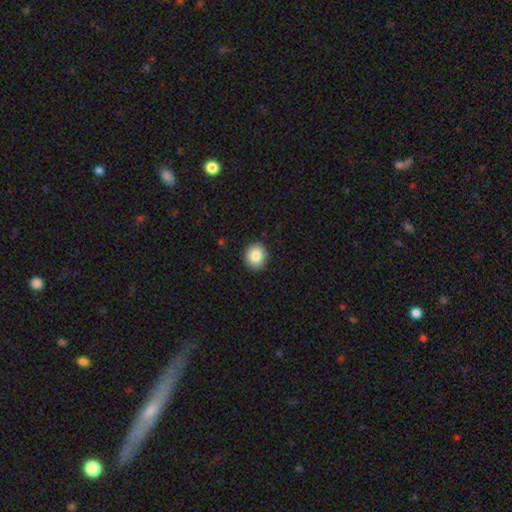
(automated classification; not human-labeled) Smooth or featured?
  - smooth: 85% *
  - star or artifact: 9%
  - featured or disk: 6%
How rounded?
  - round: 78% *
  - in between: 21%
  - cigar-shaped: 1%
Merging?
  - none: 90% *
  - minor disturbance: 7%
  - major disturbance: 2%
  - merger: 1%